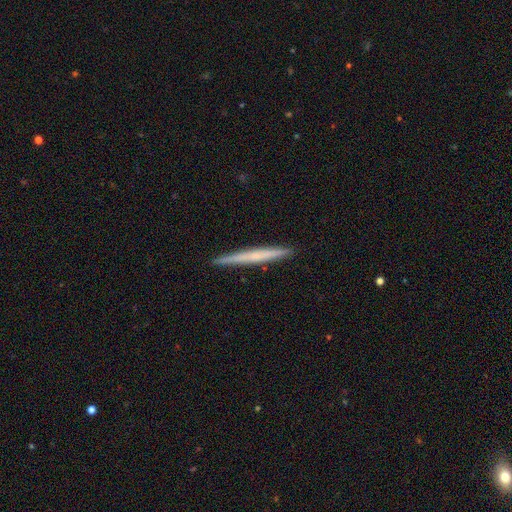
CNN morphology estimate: smooth_or_featured: smooth (p=0.49) [alt: featured or disk p=0.45]
merging: none (p=0.93) [alt: minor disturbance p=0.05]